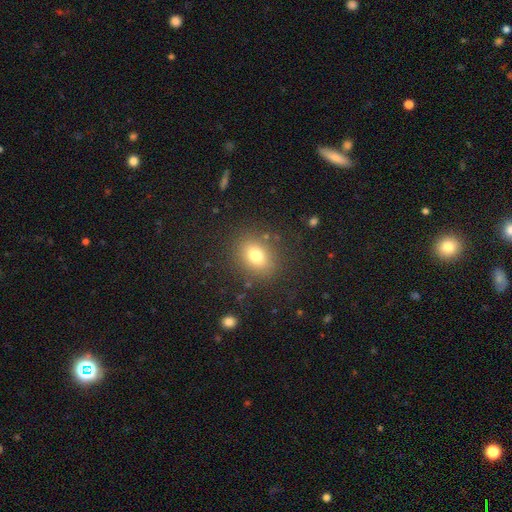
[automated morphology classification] smooth-or-featured: smooth: 77% | star or artifact: 13% | featured or disk: 11%
  how-rounded: in between: 53% | round: 46% | cigar-shaped: 1%
  merging: none: 84% | minor disturbance: 10% | major disturbance: 4% | merger: 2%